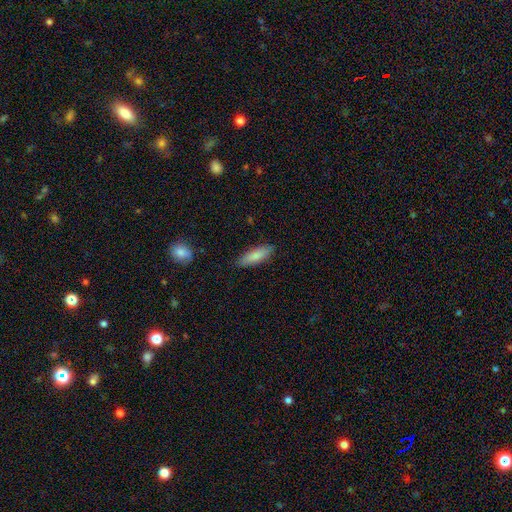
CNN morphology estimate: Smooth or featured? smooth (85%)
How rounded? in between (58%)
Merging? none (85%)